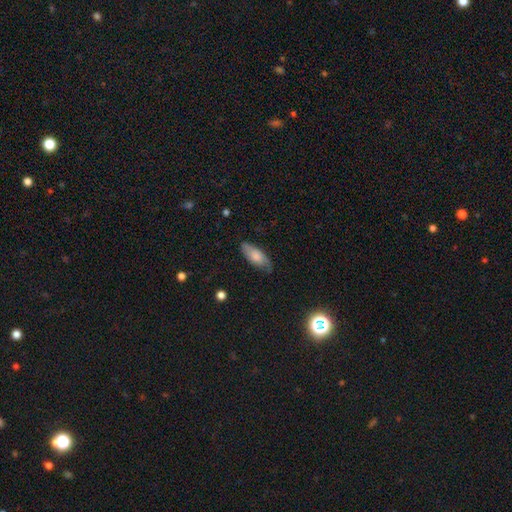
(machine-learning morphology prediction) Smooth or featured? smooth (69%)
How rounded? in between (78%)
Merging? none (72%)